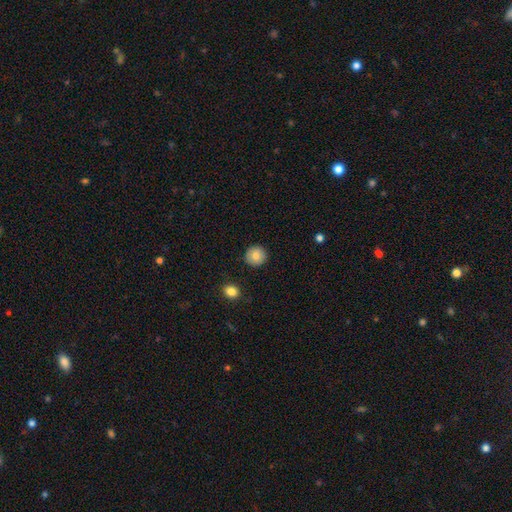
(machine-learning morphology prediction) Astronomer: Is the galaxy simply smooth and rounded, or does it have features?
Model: smooth — 84%.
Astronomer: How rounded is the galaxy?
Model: round — 93%.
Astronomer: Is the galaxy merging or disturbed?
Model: none — 91%.